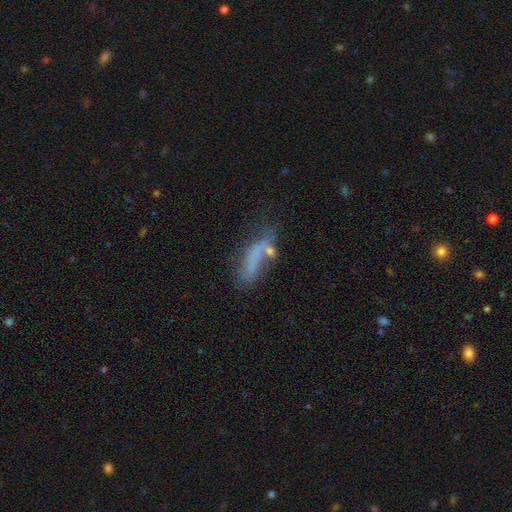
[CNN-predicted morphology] Smooth or featured?
  - smooth: 51% *
  - featured or disk: 36%
  - star or artifact: 13%
How rounded?
  - in between: 49% *
  - cigar-shaped: 47%
  - round: 3%
Merging?
  - none: 37% *
  - minor disturbance: 23%
  - major disturbance: 22%
  - merger: 18%